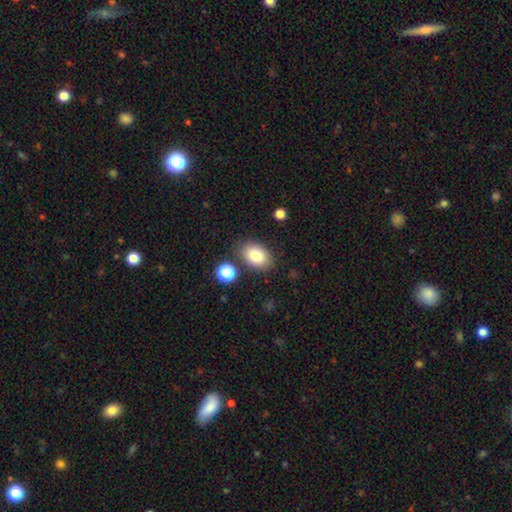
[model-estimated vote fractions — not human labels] Smooth or featured?
  - smooth: 82% *
  - featured or disk: 9%
  - star or artifact: 9%
How rounded?
  - in between: 82% *
  - round: 17%
  - cigar-shaped: 1%
Merging?
  - none: 81% *
  - minor disturbance: 11%
  - merger: 5%
  - major disturbance: 3%